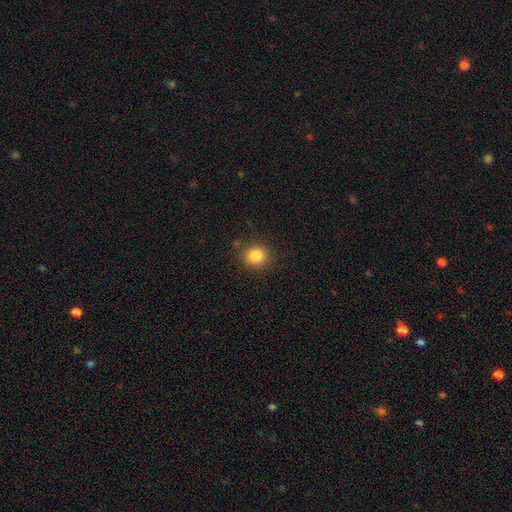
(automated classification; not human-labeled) smooth 84%, star or artifact 11%, featured or disk 5%. Down the decision tree: how rounded — round (87%); merging — none (86%).